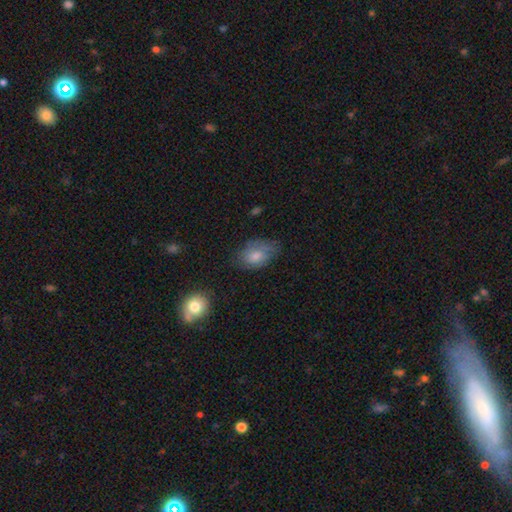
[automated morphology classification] smooth_or_featured: smooth (p=0.75) [alt: featured or disk p=0.15]
how_rounded: in between (p=0.82) [alt: round p=0.16]
merging: none (p=0.59) [alt: minor disturbance p=0.31]